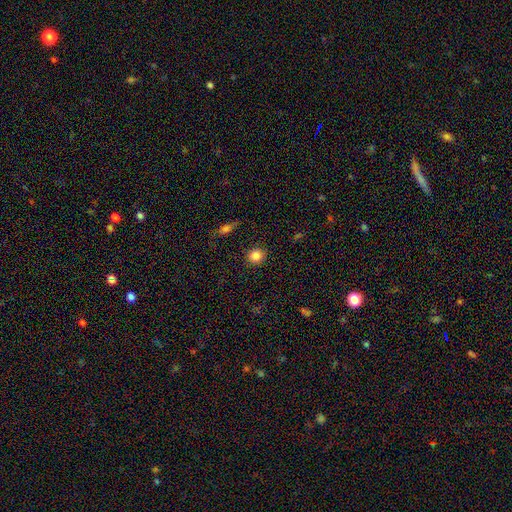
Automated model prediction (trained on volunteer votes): The model was most divided on "smooth or featured": smooth: 85%, star or artifact: 11%, featured or disk: 5%. More confident: merging — none (89%); how rounded — round (87%).